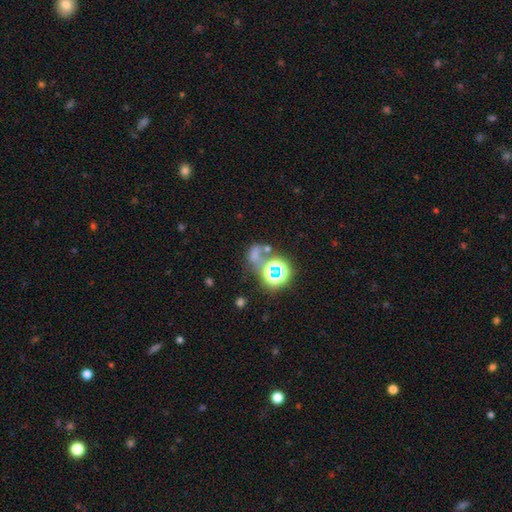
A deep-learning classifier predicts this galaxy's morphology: Q: Smooth or featured?
A: smooth (44%); runner-up: star or artifact (41%)
Q: Merging?
A: none (37%); runner-up: merger (31%)